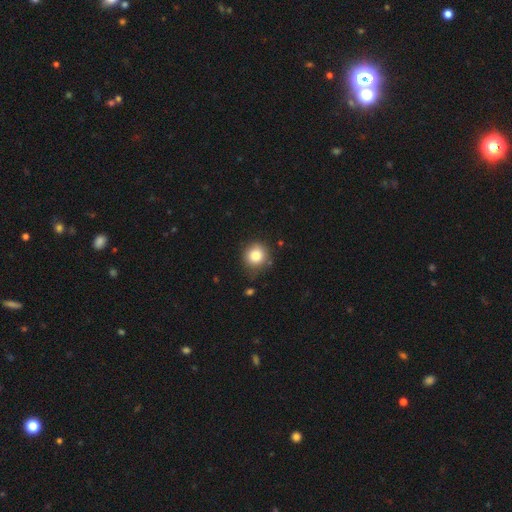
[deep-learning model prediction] A smooth galaxy with no disk features (84%) that is round (89%). Merging: none (78%).